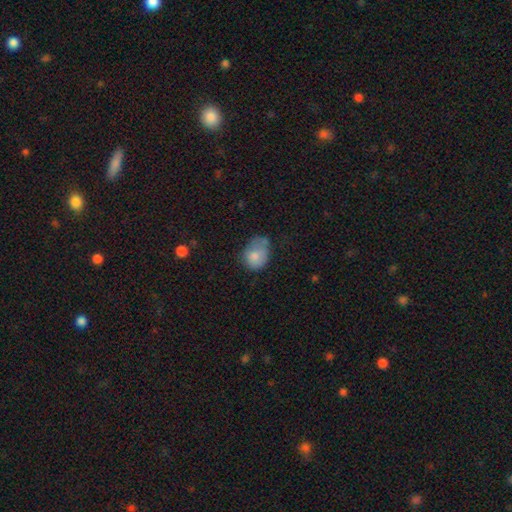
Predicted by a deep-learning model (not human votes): Smooth or featured?
  - smooth: 77% *
  - featured or disk: 15%
  - star or artifact: 8%
How rounded?
  - in between: 57% *
  - round: 42%
  - cigar-shaped: 1%
Merging?
  - minor disturbance: 39% *
  - none: 33%
  - major disturbance: 21%
  - merger: 7%